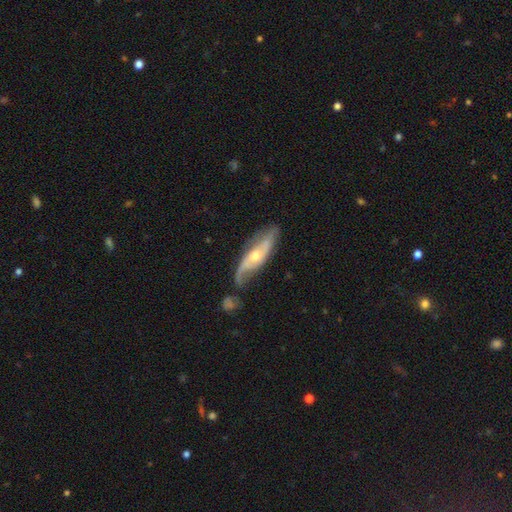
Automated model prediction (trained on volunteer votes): Morphology: type=featured or disk (75%); edge-on=no (75%); bar=no (63%); spiral arms=yes (88%); bulge=moderate (53%); merging=none (55%).